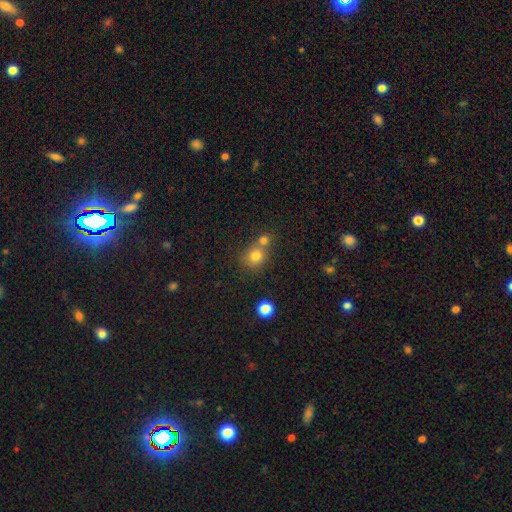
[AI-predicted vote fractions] Q: Smooth or featured?
A: smooth (78%); runner-up: star or artifact (13%)
Q: How rounded?
A: round (83%); runner-up: in between (16%)
Q: Merging?
A: none (49%); runner-up: merger (40%)